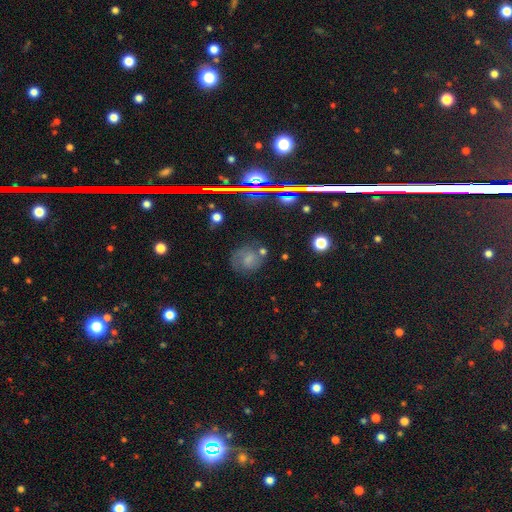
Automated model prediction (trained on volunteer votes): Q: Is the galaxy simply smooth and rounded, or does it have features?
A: featured or disk — 40%.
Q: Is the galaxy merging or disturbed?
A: none — 69%.